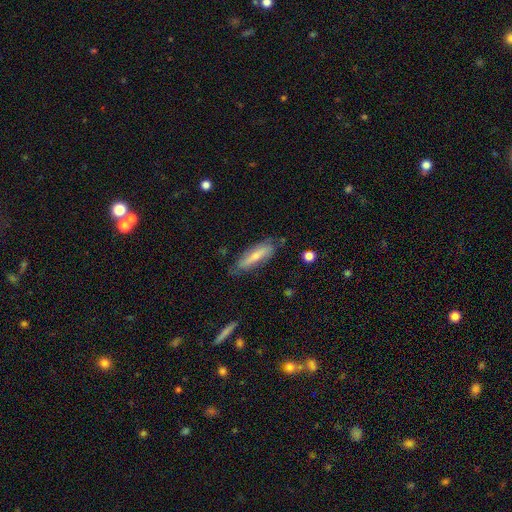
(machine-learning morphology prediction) type=smooth (55%); roundness=cigar-shaped (59%); merging=none (71%).